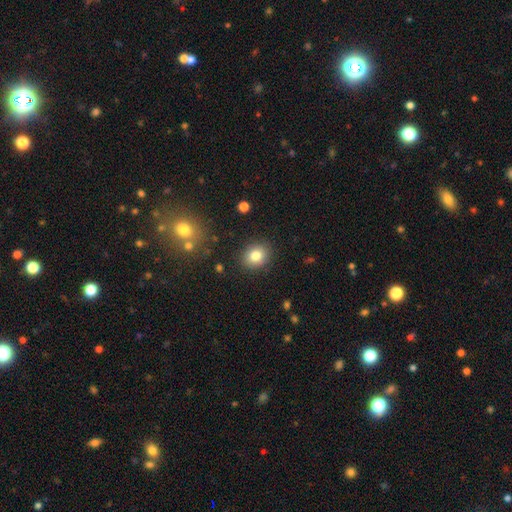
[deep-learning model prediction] smooth_or_featured: smooth (p=0.81) [alt: star or artifact p=0.10]
how_rounded: round (p=0.62) [alt: in between p=0.37]
merging: none (p=0.88) [alt: minor disturbance p=0.08]